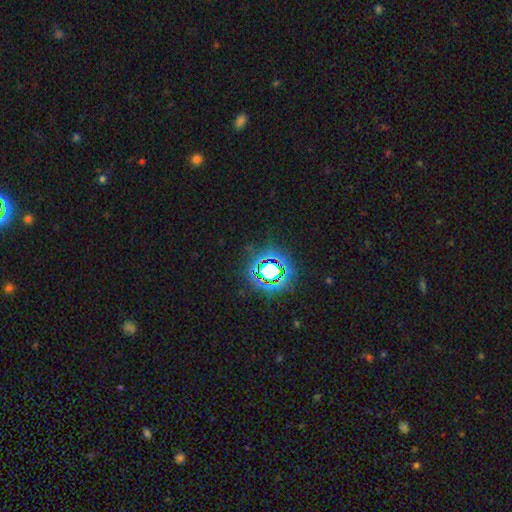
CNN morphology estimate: A star or artifact, not a galaxy (79%).